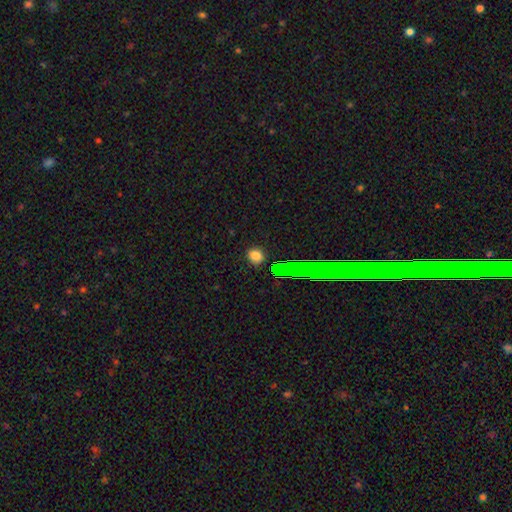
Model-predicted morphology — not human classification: smooth 78%, star or artifact 16%, featured or disk 6%. Down the decision tree: how rounded — round (83%); merging — none (88%).